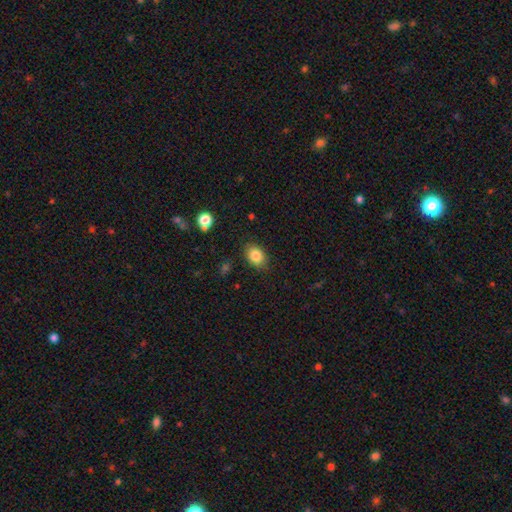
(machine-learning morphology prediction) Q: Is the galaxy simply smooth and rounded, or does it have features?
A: smooth — 85%.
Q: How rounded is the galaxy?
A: in between — 73%.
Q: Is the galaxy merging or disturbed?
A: none — 84%.